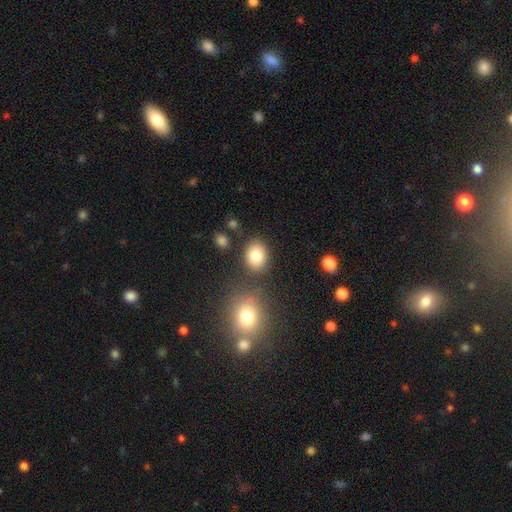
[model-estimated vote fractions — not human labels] The model was most divided on "how rounded": in between: 52%, round: 47%, cigar-shaped: 1%. More confident: smooth or featured — smooth (83%); merging — none (79%).